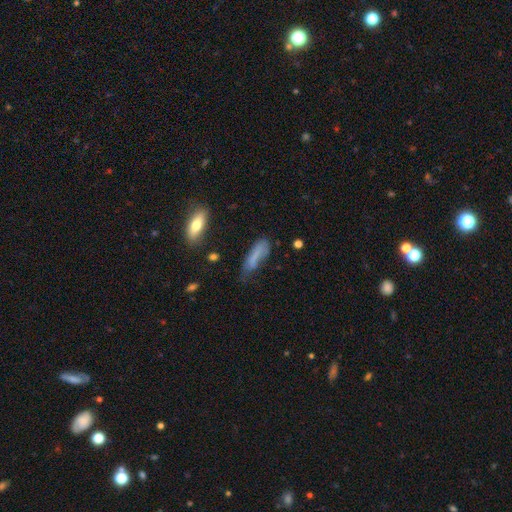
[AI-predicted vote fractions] Overall: smooth (69%). How rounded: cigar-shaped (58%; in between 39%). Merging: none (39%; minor disturbance 36%).